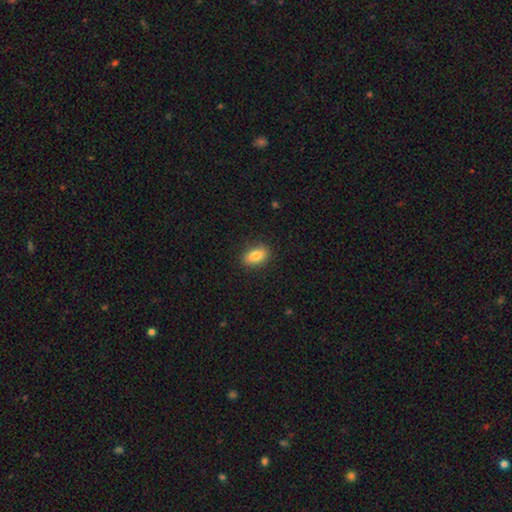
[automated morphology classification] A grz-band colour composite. It shows a smooth galaxy with no disk features (85%) that is in between round and cigar-shaped (87%). Merging: none (87%).